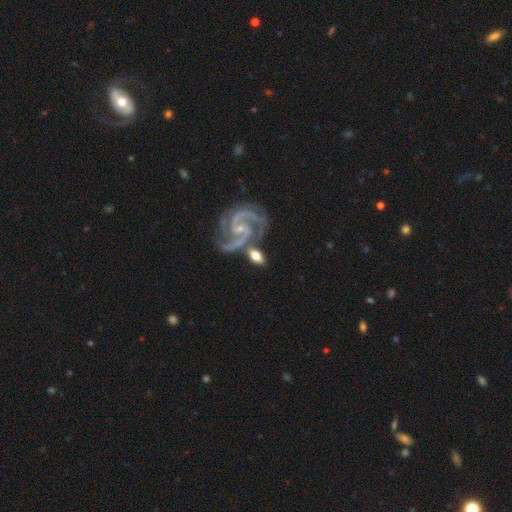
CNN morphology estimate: type=featured or disk (67%); edge-on=no (93%); bar=no (48%); spiral arms=yes (92%); winding=medium (53%); arm count=2 (80%); bulge=small (76%); merging=none (57%).